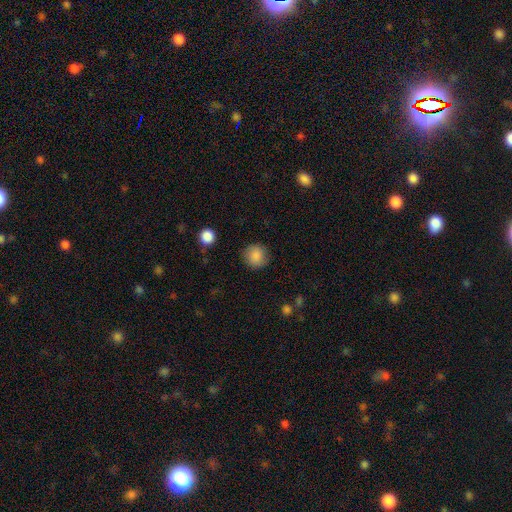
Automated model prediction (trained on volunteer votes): smooth-or-featured: smooth: 86% | star or artifact: 9% | featured or disk: 5%
  how-rounded: round: 91% | in between: 8% | cigar-shaped: 1%
  merging: none: 87% | minor disturbance: 9% | major disturbance: 3% | merger: 1%